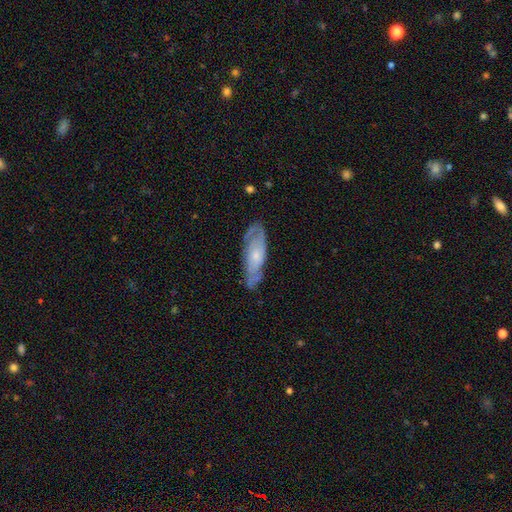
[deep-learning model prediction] The model was most divided on "bulge size": small: 62%, moderate: 28%, none: 6%, large: 3%, dominant: 1%. More confident: spiral arms — yes (81%); edge-on disk — no (80%); bar — no (74%); merging — none (71%); smooth or featured — featured or disk (66%).